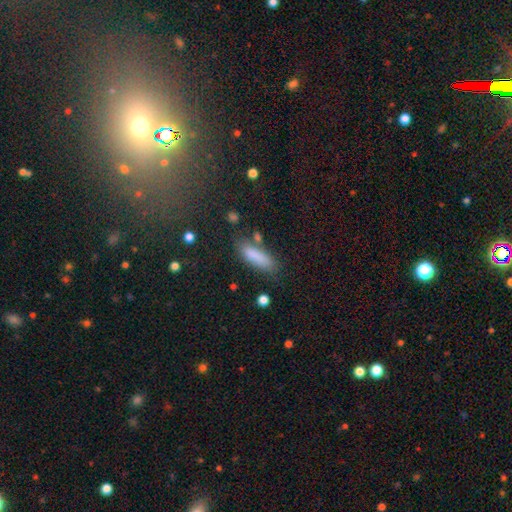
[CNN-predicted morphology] smooth_or_featured: smooth (p=0.84) [alt: featured or disk p=0.08]
how_rounded: cigar-shaped (p=0.53) [alt: in between p=0.45]
merging: none (p=0.70) [alt: minor disturbance p=0.17]